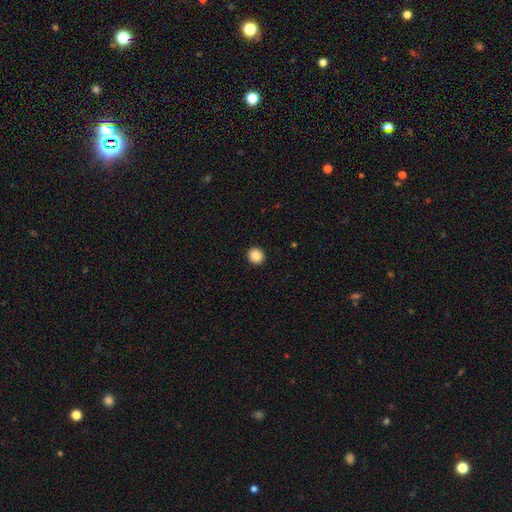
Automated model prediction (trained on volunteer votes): Morphology: type=smooth (88%); roundness=round (90%); merging=none (93%).